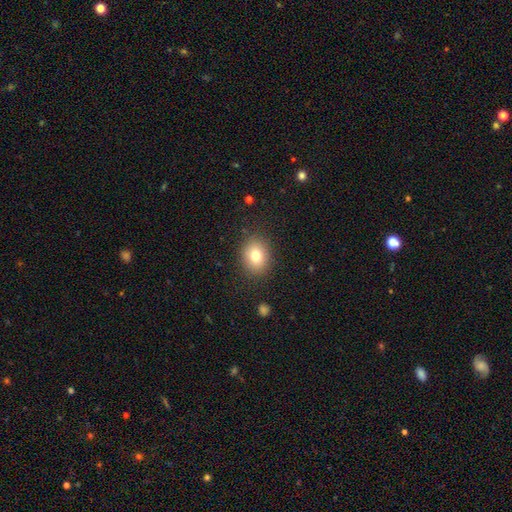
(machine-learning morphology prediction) smooth-or-featured: smooth: 79% | featured or disk: 11% | star or artifact: 10%
  how-rounded: in between: 51% | round: 48% | cigar-shaped: 1%
  merging: none: 86% | minor disturbance: 9% | major disturbance: 3% | merger: 1%